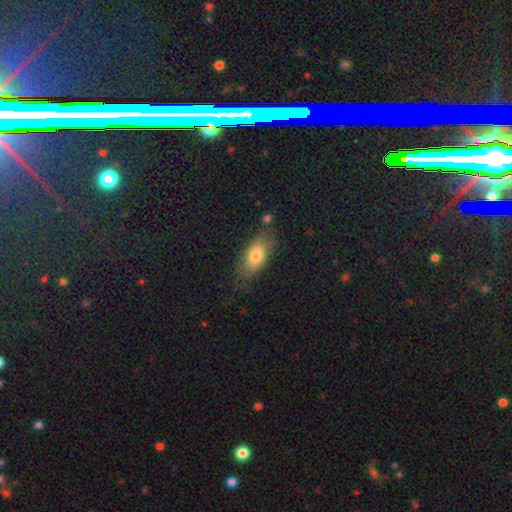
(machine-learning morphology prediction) Smooth or featured?
  - smooth: 75% *
  - featured or disk: 18%
  - star or artifact: 7%
How rounded?
  - in between: 85% *
  - cigar-shaped: 11%
  - round: 4%
Merging?
  - none: 72% *
  - minor disturbance: 19%
  - major disturbance: 6%
  - merger: 3%